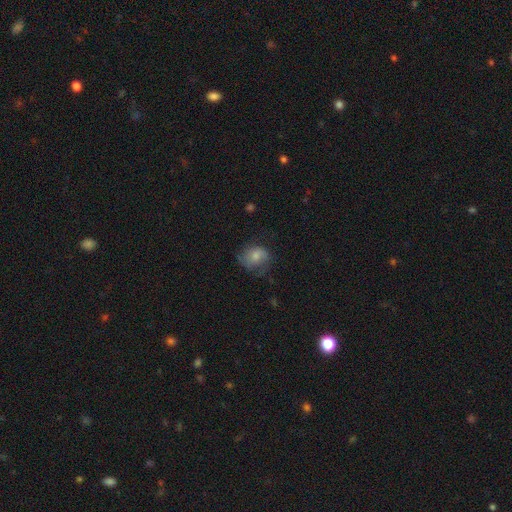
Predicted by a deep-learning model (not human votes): A smooth galaxy with no disk features (68%) that is round (60%). Merging: none (55%).